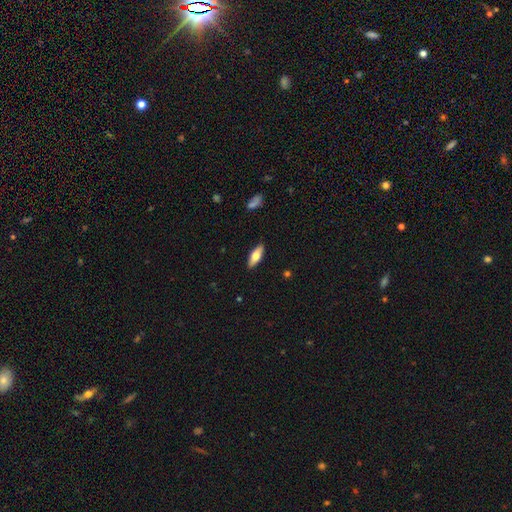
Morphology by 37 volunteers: Volunteers were most divided on "how rounded": in between: 59%, cigar-shaped: 37%, round: 4%. More confident: merging — none (94%); smooth or featured — smooth (73%).